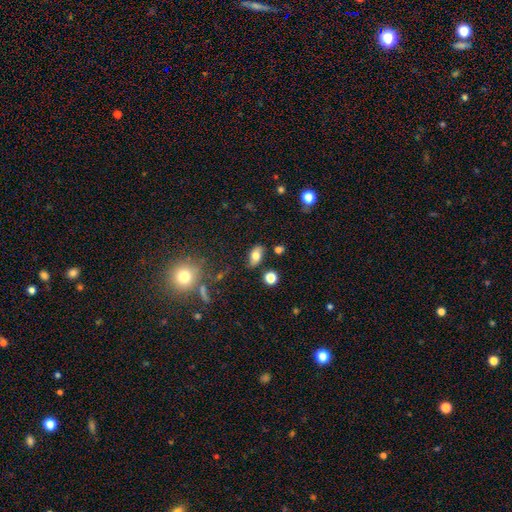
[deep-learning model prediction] Smooth or featured: smooth — 71% (featured or disk — 18%)
How rounded: in between — 88% (round — 8%)
Merging: none — 76% (minor disturbance — 16%)